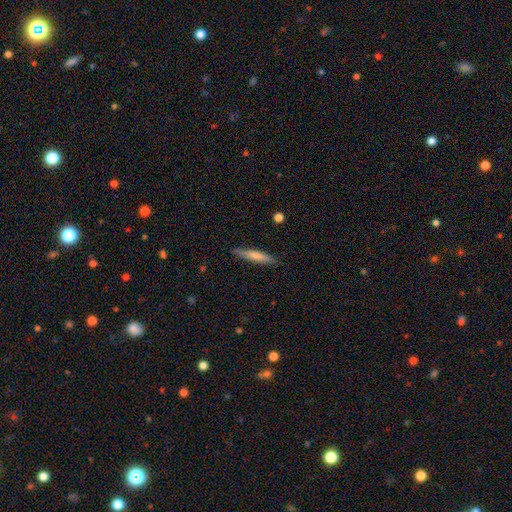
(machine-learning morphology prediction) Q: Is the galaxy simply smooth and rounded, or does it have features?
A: smooth — 67%.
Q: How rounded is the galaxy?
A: cigar-shaped — 92%.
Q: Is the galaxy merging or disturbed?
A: none — 87%.